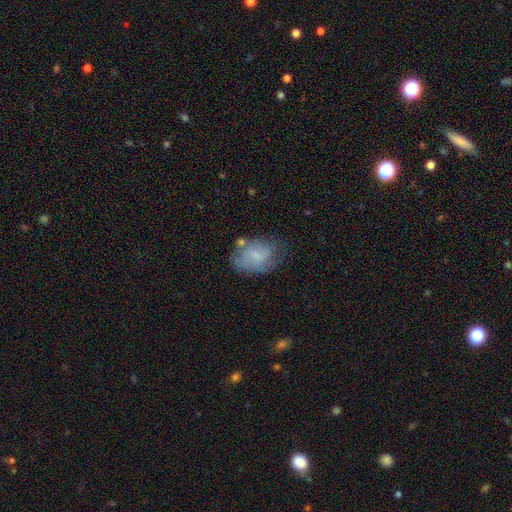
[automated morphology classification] The model was most divided on "merging": none: 48%, minor disturbance: 30%, major disturbance: 15%, merger: 6%. More confident: how rounded — in between (82%); smooth or featured — smooth (58%).